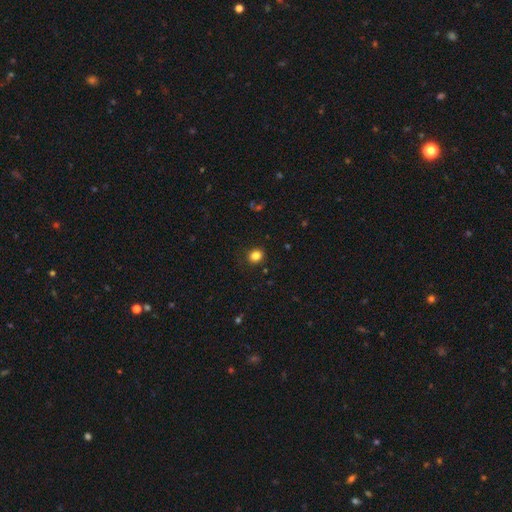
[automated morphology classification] This is clearly a smooth galaxy (84%). How rounded: likely round (79%). Merging: clearly none (89%).